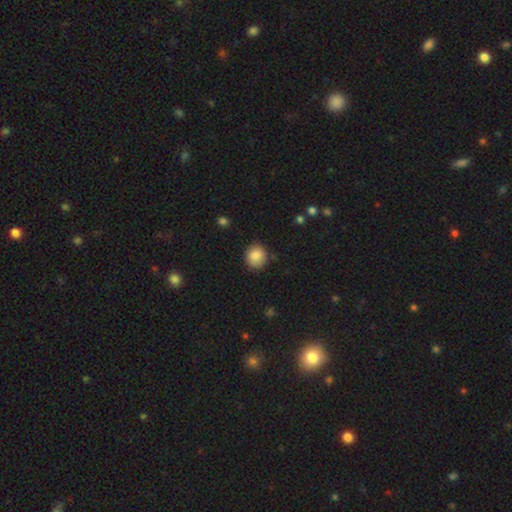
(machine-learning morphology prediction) smooth_or_featured: smooth (p=0.87) [alt: star or artifact p=0.08]
how_rounded: round (p=0.77) [alt: in between p=0.22]
merging: none (p=0.83) [alt: minor disturbance p=0.13]